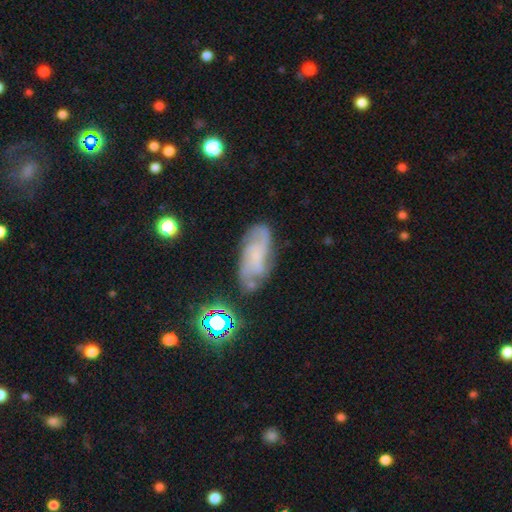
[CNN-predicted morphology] Q: Smooth or featured?
A: featured or disk (62%); runner-up: smooth (27%)
Q: Edge-on disk?
A: no (92%); runner-up: yes (8%)
Q: Bar?
A: no (64%); runner-up: weak (30%)
Q: Spiral arms?
A: yes (88%); runner-up: no (12%)
Q: Bulge size?
A: small (51%); runner-up: none (33%)
Q: Merging?
A: none (66%); runner-up: minor disturbance (21%)